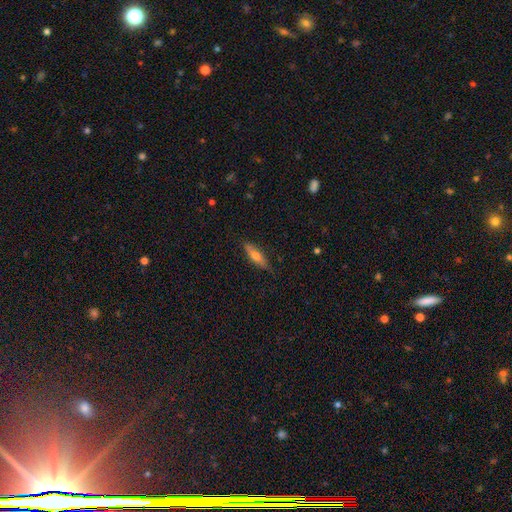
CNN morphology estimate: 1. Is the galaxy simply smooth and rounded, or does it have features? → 58% smooth, 36% featured or disk, 6% star or artifact.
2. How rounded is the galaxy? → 63% cigar-shaped, 35% in between, 2% round.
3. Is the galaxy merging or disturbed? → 81% none, 15% minor disturbance, 3% major disturbance, 1% merger.